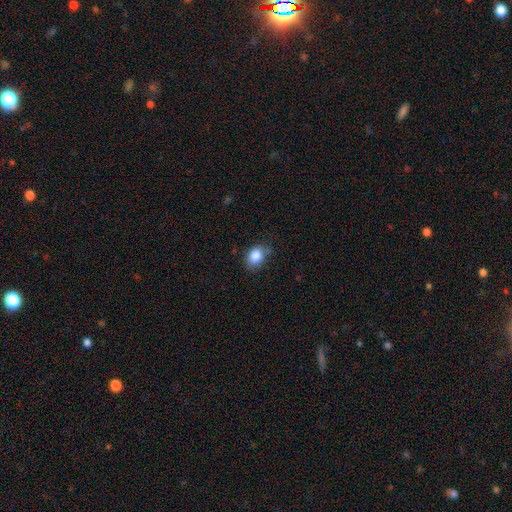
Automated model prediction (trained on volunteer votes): Morphology: type=smooth (85%); roundness=in between (59%); merging=none (64%).